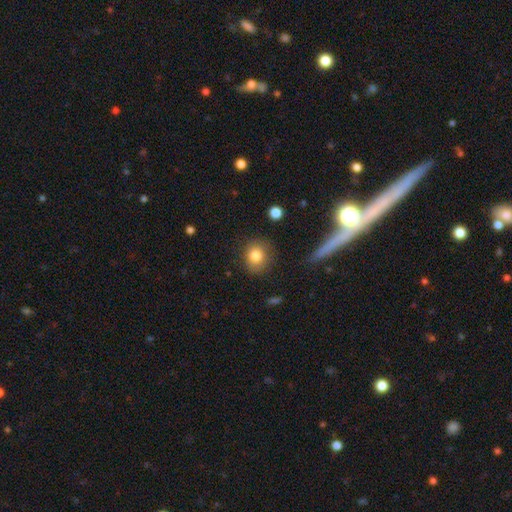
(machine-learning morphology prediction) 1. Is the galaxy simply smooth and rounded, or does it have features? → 82% smooth, 10% star or artifact, 8% featured or disk.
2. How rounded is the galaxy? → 76% round, 22% in between, 1% cigar-shaped.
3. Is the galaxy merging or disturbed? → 81% none, 13% minor disturbance, 4% major disturbance, 2% merger.